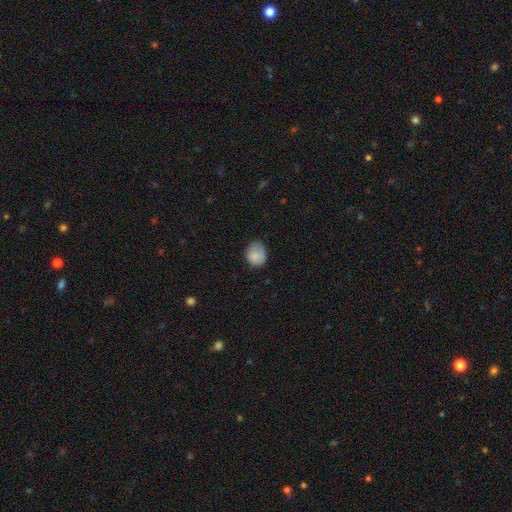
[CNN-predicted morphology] Overall: smooth (84%). How rounded: round (55%; in between 44%). Merging: none (58%; minor disturbance 32%).